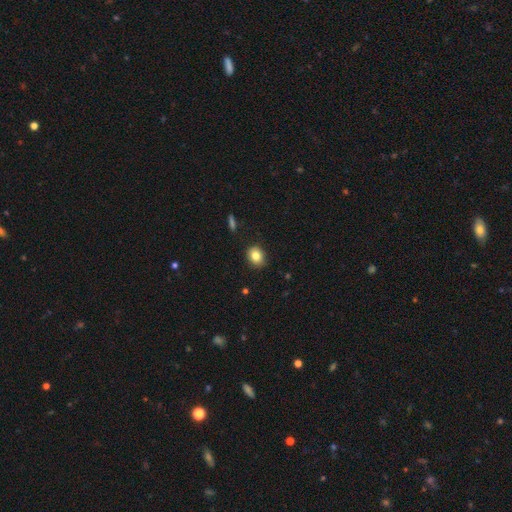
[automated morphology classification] Q: Smooth or featured?
A: smooth (83%); runner-up: star or artifact (10%)
Q: How rounded?
A: round (51%); runner-up: in between (48%)
Q: Merging?
A: none (87%); runner-up: minor disturbance (10%)